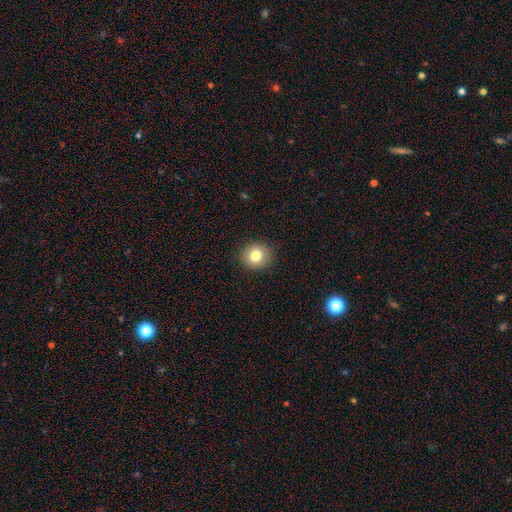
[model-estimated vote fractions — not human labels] Smooth or featured? smooth (82%)
How rounded? round (81%)
Merging? none (90%)